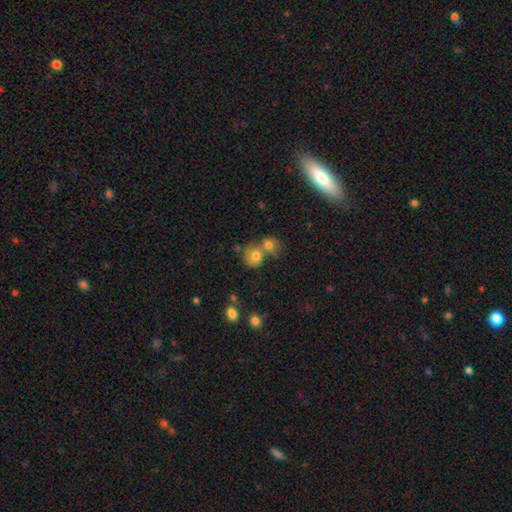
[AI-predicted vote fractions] Smooth or featured? smooth (68%)
How rounded? round (72%)
Merging? merger (49%)